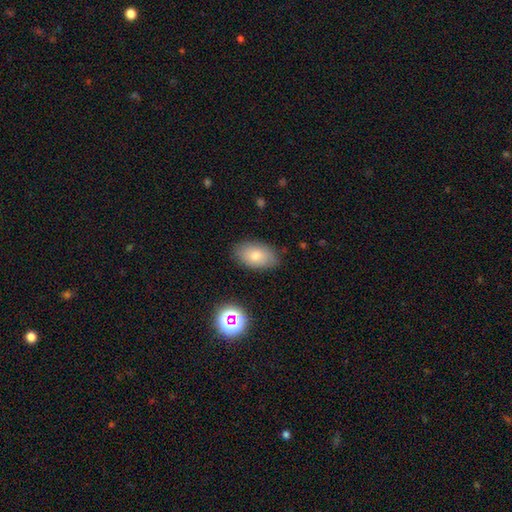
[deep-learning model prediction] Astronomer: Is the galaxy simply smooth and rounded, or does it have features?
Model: smooth — 77%.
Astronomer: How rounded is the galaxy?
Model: in between — 91%.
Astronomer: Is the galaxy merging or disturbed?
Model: none — 83%.